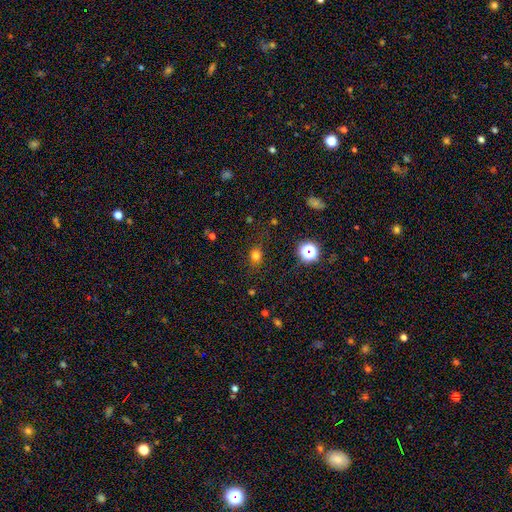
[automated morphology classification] A smooth galaxy with no disk features (73%) that is round (67%).

Vote fractions:
- Smooth or featured? smooth: 73% / star or artifact: 20% / featured or disk: 7%
- How rounded? round: 67% / in between: 32% / cigar-shaped: 1%
- Merging? none: 78% / minor disturbance: 14% / major disturbance: 6% / merger: 2%